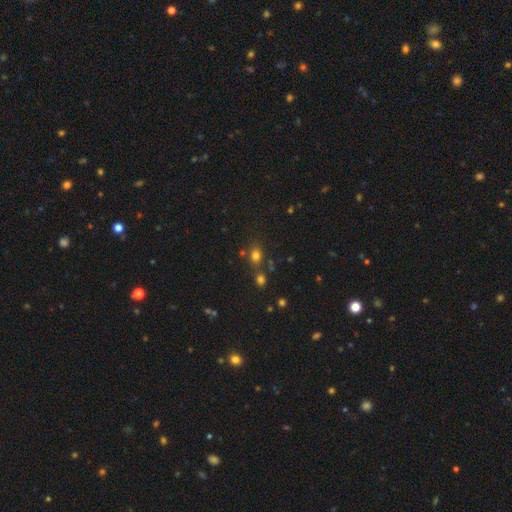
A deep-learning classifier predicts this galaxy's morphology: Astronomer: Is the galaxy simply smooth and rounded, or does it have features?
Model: smooth — 73%.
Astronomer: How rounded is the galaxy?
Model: round — 56% (runner-up: in between, 42%).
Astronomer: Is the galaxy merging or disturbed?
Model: none — 67%.